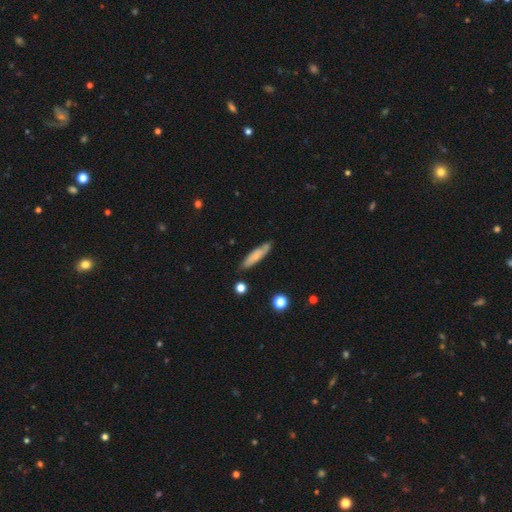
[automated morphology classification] smooth 68%, featured or disk 25%, star or artifact 7%. Down the decision tree: how rounded — cigar-shaped (78%); merging — none (76%).